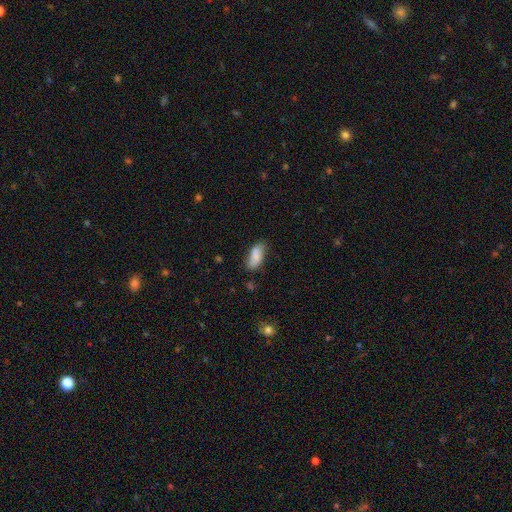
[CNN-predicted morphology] Smooth or featured: smooth — 81% (featured or disk — 12%)
How rounded: in between — 86% (cigar-shaped — 12%)
Merging: none — 66% (minor disturbance — 25%)